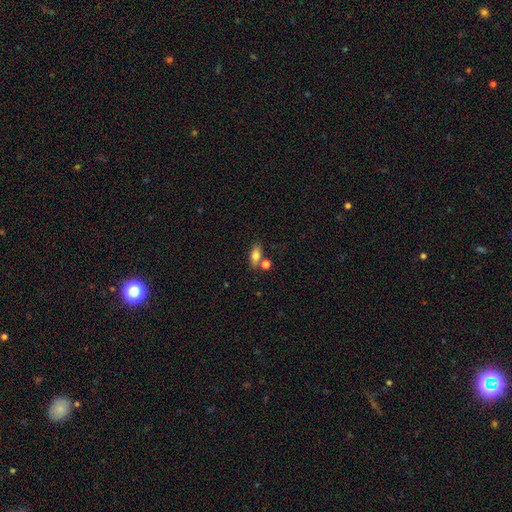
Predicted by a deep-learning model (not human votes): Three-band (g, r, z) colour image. It shows a smooth galaxy with no disk features (78%) that is in between round and cigar-shaped (80%). Merging: none (65%).